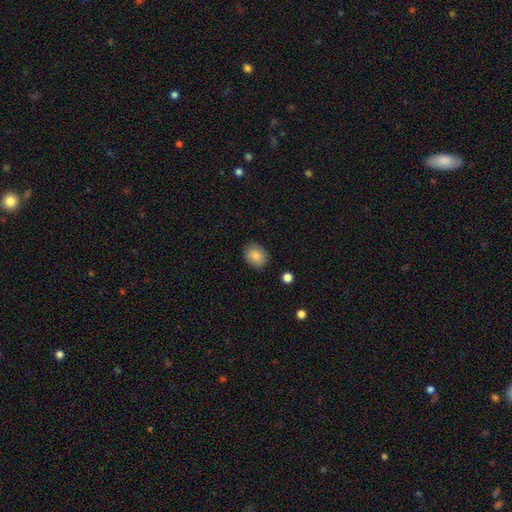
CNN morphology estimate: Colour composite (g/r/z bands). It shows a smooth galaxy with no disk features (85%) that is round (51%). Merging: none (86%).